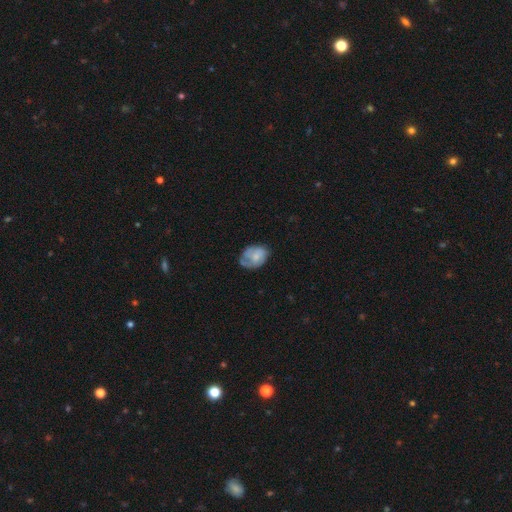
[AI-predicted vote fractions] Smooth or featured? smooth (55%)
How rounded? in between (73%)
Merging? none (45%)